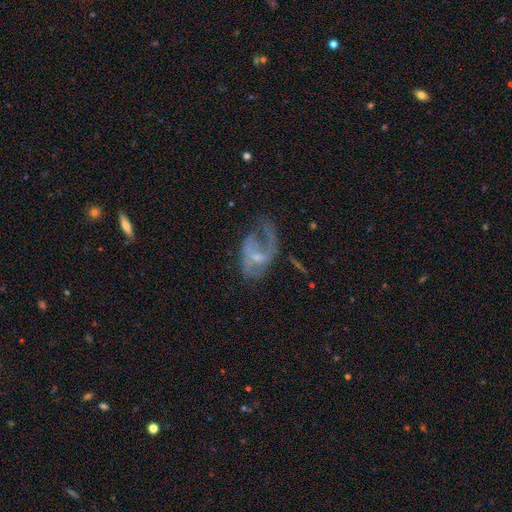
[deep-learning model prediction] Smooth or featured? featured or disk (73%)
Edge-on disk? no (97%)
Bar? no (50%)
Spiral arms? yes (74%)
Spiral winding? loose (45%)
Spiral arm count? 1 (44%)
Bulge size? small (59%)
Merging? major disturbance (45%)